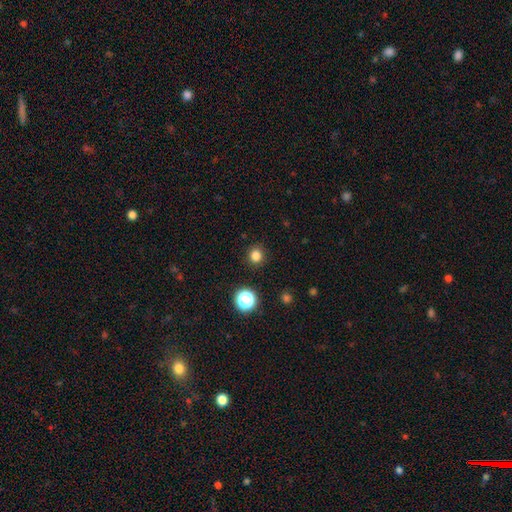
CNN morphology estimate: Smooth or featured? Predicted: smooth (p=0.81). How rounded? Predicted: round (p=0.89). Merging? Predicted: none (p=0.90).